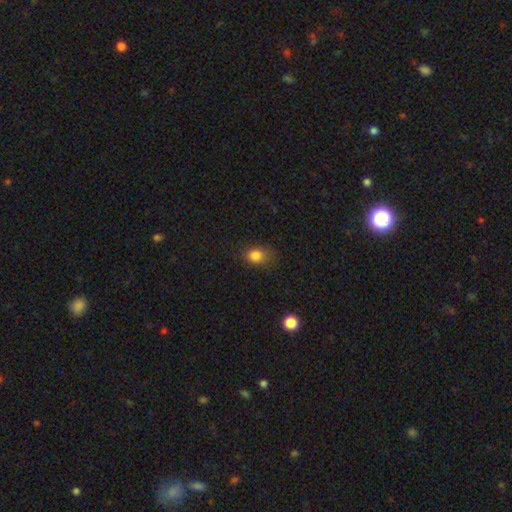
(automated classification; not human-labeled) A smooth galaxy with no disk features (82%) that is in between round and cigar-shaped (60%).

Vote fractions:
- Smooth or featured? smooth: 82% / star or artifact: 12% / featured or disk: 6%
- How rounded? in between: 60% / round: 39% / cigar-shaped: 1%
- Merging? none: 73% / minor disturbance: 20% / major disturbance: 6% / merger: 1%